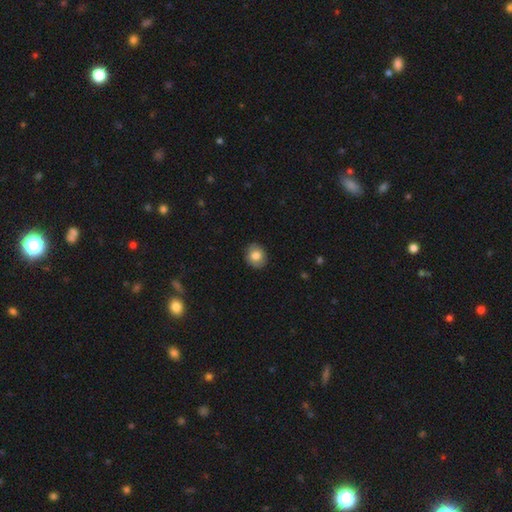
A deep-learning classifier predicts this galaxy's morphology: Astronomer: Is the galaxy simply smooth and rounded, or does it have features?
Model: smooth — 79%.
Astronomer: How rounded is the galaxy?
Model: round — 71%.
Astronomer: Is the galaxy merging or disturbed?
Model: none — 87%.